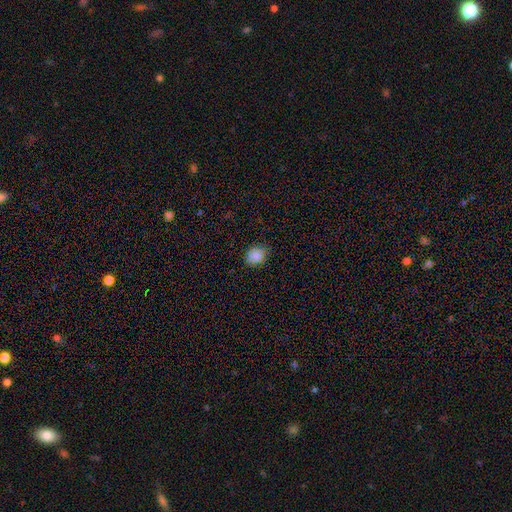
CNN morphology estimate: A smooth galaxy with no disk features (87%) that is round (61%).

Vote fractions:
- Smooth or featured? smooth: 87% / star or artifact: 9% / featured or disk: 4%
- How rounded? round: 61% / in between: 38% / cigar-shaped: 1%
- Merging? none: 82% / minor disturbance: 15% / major disturbance: 3% / merger: 1%